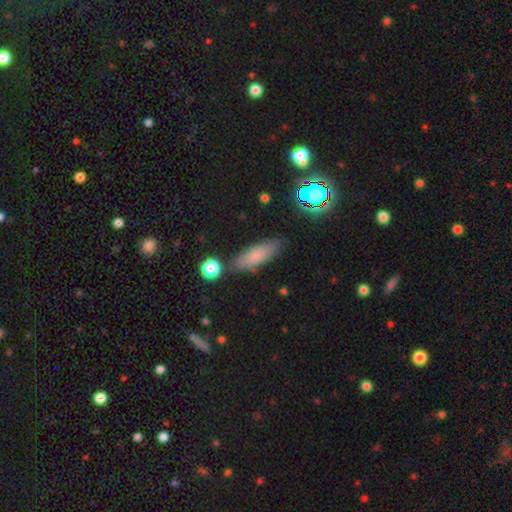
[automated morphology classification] type=smooth (76%); roundness=in between (54%); merging=none (79%).